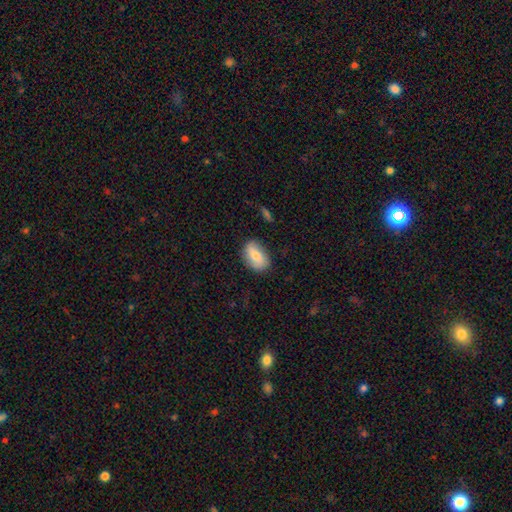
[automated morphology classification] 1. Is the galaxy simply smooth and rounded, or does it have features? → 70% smooth, 23% featured or disk, 7% star or artifact.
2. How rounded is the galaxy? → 88% in between, 10% round, 3% cigar-shaped.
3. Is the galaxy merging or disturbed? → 77% none, 17% minor disturbance, 4% major disturbance, 2% merger.